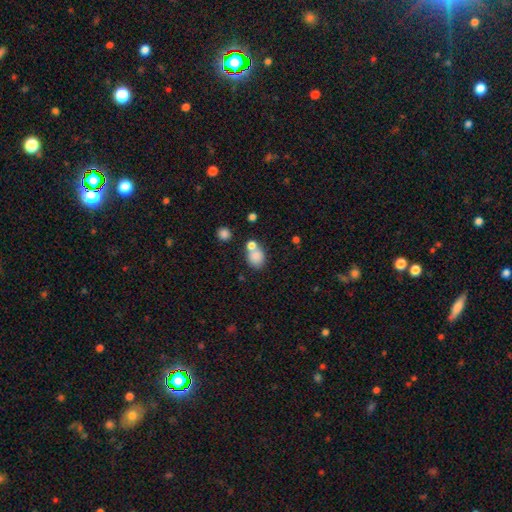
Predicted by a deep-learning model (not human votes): Smooth or featured?
  - smooth: 80% *
  - star or artifact: 10%
  - featured or disk: 10%
How rounded?
  - round: 53% *
  - in between: 46%
  - cigar-shaped: 1%
Merging?
  - none: 46% *
  - merger: 37%
  - minor disturbance: 12%
  - major disturbance: 5%